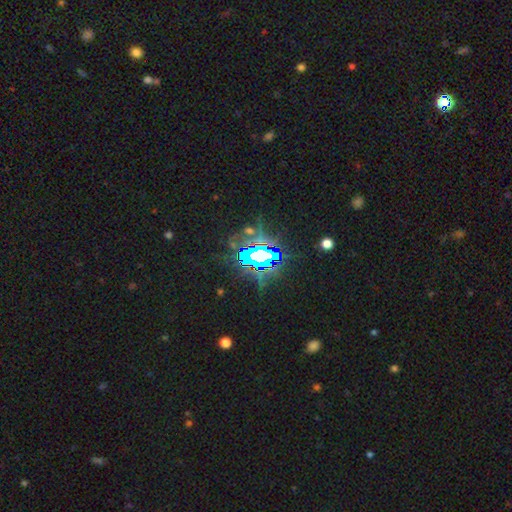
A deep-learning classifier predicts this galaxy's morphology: The model was most divided on "smooth or featured": star or artifact: 76%, featured or disk: 13%, smooth: 10%.